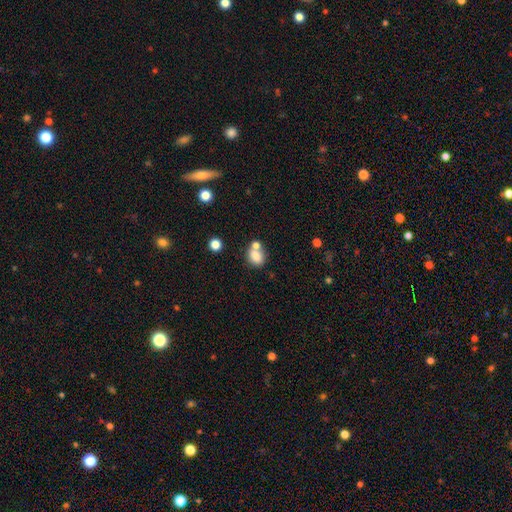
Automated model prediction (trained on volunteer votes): Q: Smooth or featured?
A: smooth (79%); runner-up: featured or disk (11%)
Q: How rounded?
A: in between (52%); runner-up: round (47%)
Q: Merging?
A: none (43%); runner-up: merger (41%)